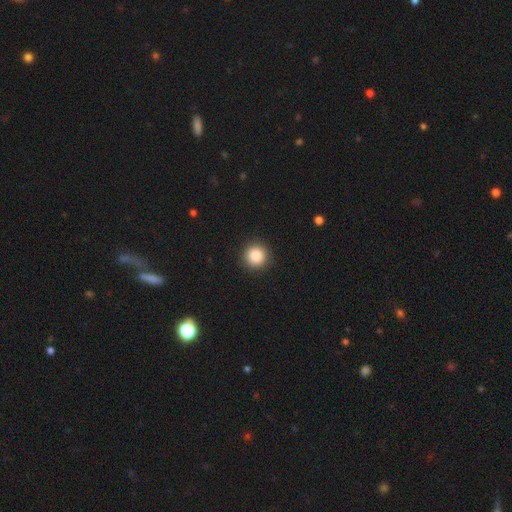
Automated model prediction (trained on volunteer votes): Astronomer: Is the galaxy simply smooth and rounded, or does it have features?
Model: smooth — 87%.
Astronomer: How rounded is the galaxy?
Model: round — 95%.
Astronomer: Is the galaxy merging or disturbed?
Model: none — 92%.